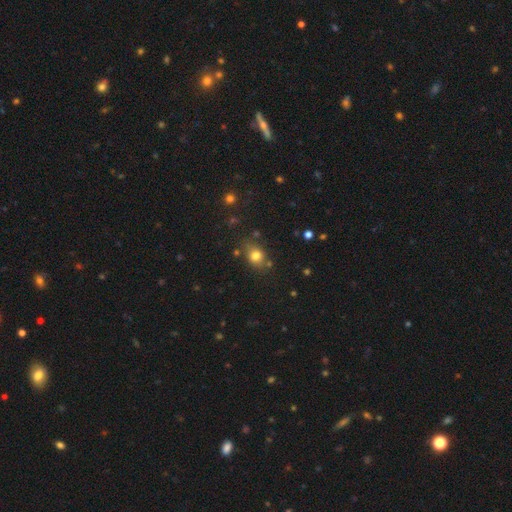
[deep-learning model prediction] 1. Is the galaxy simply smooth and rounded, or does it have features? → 77% smooth, 14% star or artifact, 10% featured or disk.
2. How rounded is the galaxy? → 50% in between, 48% round, 1% cigar-shaped.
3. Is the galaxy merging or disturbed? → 73% none, 16% minor disturbance, 6% merger, 4% major disturbance.